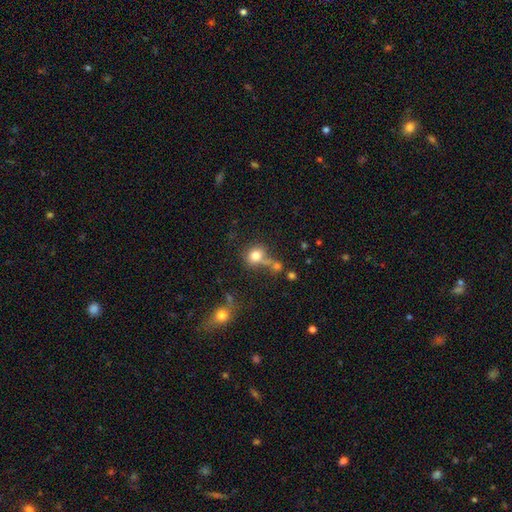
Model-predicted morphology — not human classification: A smooth galaxy with no disk features (79%) that is round (74%). Merging: none (50%).